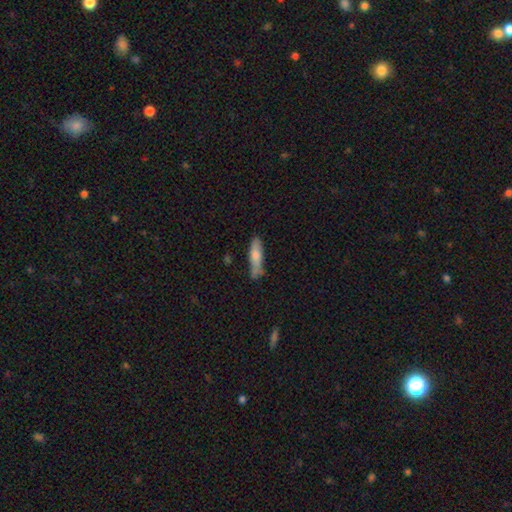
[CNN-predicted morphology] Overall: smooth (74%). How rounded: cigar-shaped (68%; in between 30%). Merging: none (63%; minor disturbance 26%).